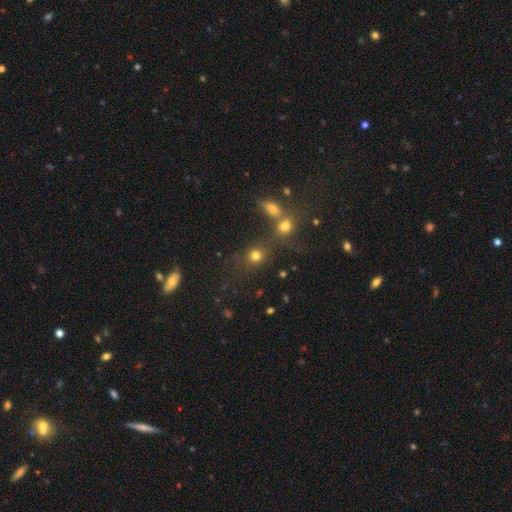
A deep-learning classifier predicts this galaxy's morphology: Smooth or featured? smooth (74%)
How rounded? round (80%)
Merging? none (55%)